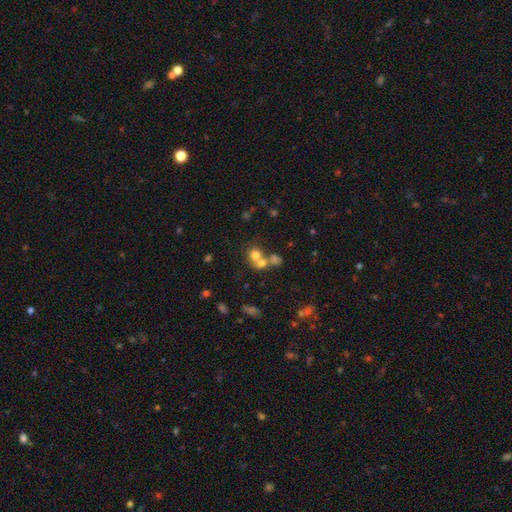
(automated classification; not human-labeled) Smooth or featured? smooth (68%)
How rounded? round (79%)
Merging? merger (53%)